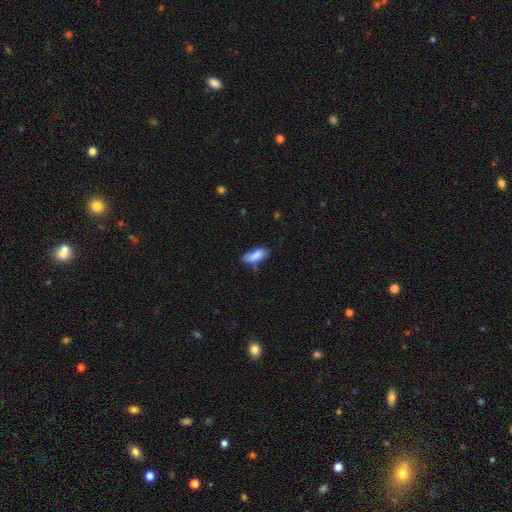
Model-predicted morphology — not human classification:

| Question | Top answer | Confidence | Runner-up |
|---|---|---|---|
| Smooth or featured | smooth | 82% | featured or disk (10%) |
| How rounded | in between | 77% | cigar-shaped (20%) |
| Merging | none | 49% | minor disturbance (32%) |